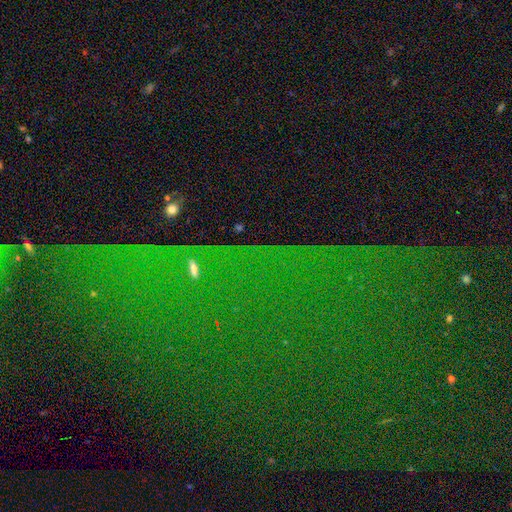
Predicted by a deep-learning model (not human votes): Smooth or featured? star or artifact (84%)